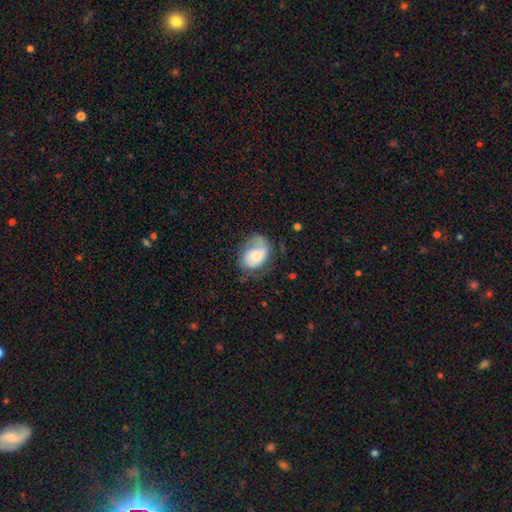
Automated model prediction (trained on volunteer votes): This appears to be a smooth galaxy with no disk features (47%). Merging: none (47%).